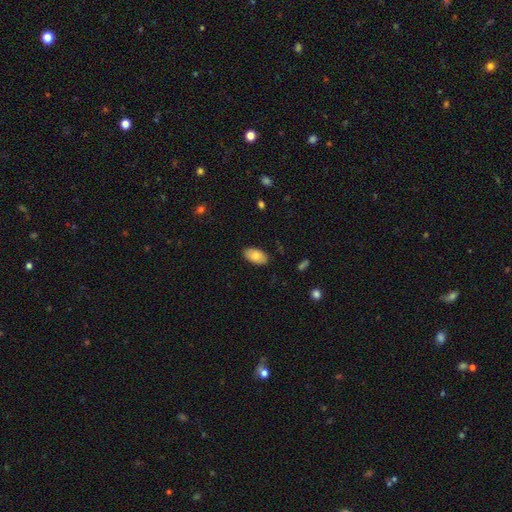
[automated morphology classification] Smooth or featured? smooth (78%)
How rounded? in between (95%)
Merging? none (86%)